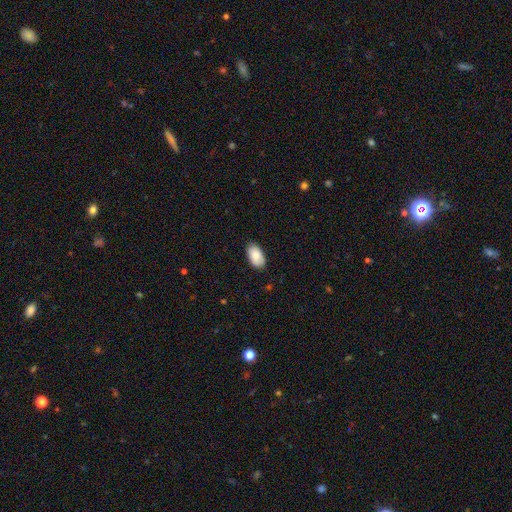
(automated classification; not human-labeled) smooth_or_featured: smooth (p=0.85) [alt: featured or disk p=0.09]
how_rounded: in between (p=0.95) [alt: round p=0.04]
merging: none (p=0.84) [alt: minor disturbance p=0.13]